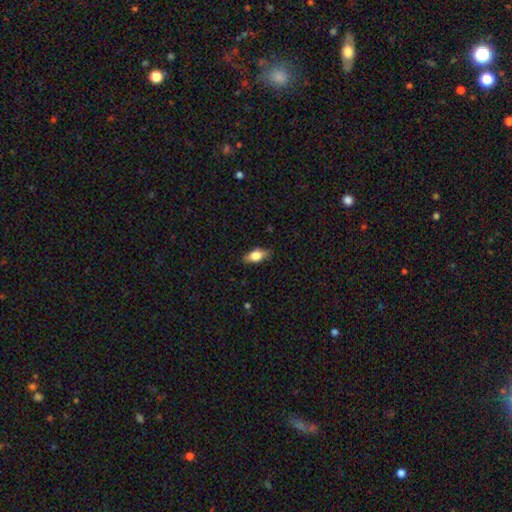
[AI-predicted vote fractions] A smooth galaxy with no disk features (69%) that is in between round and cigar-shaped (79%). Merging: none (84%).